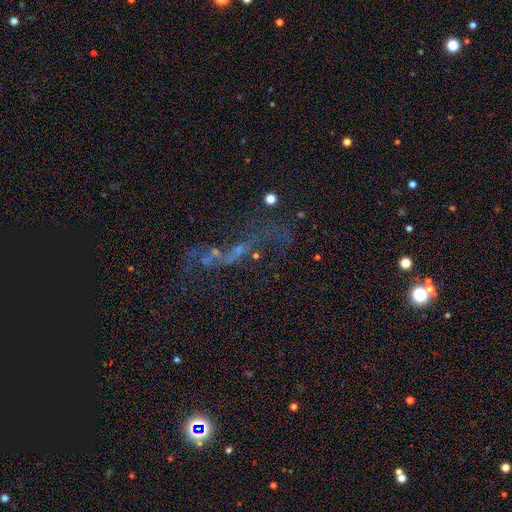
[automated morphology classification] Smooth or featured? Predicted: featured or disk (p=0.54). Edge-on disk? Predicted: no (p=0.89). Merging? Predicted: major disturbance (p=0.32).